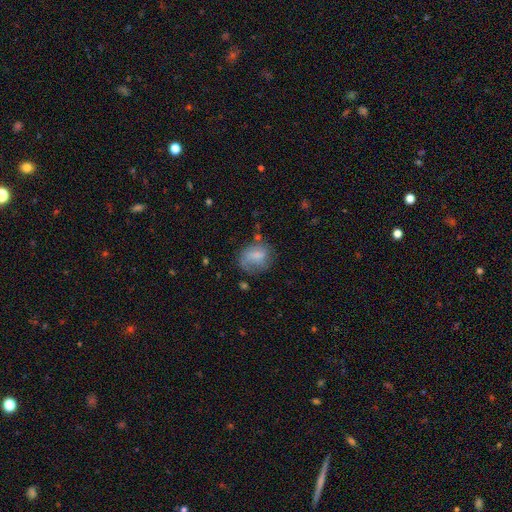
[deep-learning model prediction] Smooth or featured: smooth — 68% (featured or disk — 23%)
How rounded: round — 55% (in between — 43%)
Merging: none — 51% (minor disturbance — 27%)